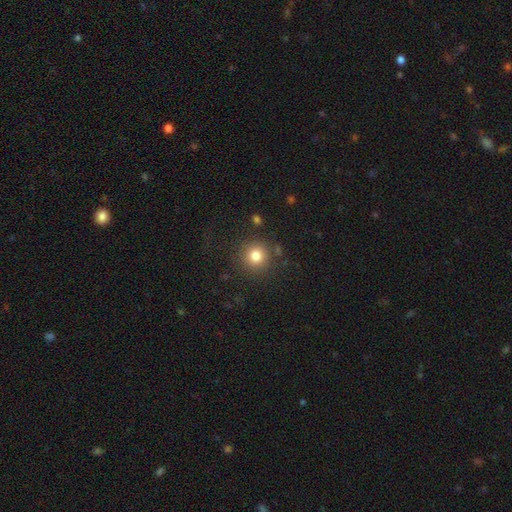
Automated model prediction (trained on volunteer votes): Morphology: type=smooth (81%); roundness=round (94%); merging=none (86%).